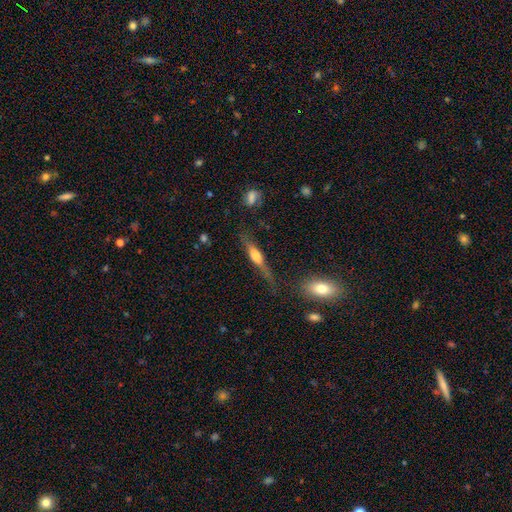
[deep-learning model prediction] Morphology: type=featured or disk (60%); edge-on=yes (93%); edge-on bulge=rounded (80%); merging=none (69%).